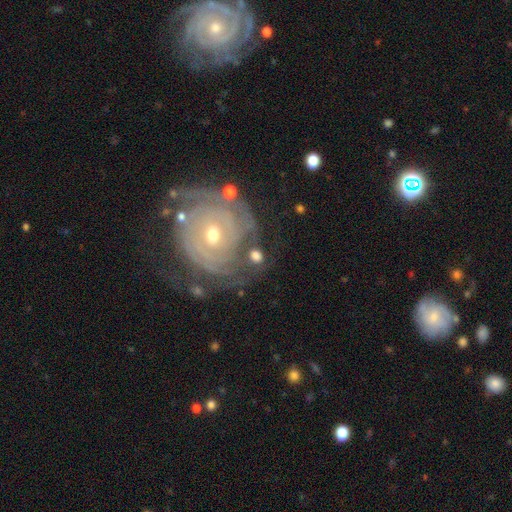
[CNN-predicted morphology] smooth 46%, featured or disk 44%, star or artifact 9%. Down the decision tree: merging — none (67%).